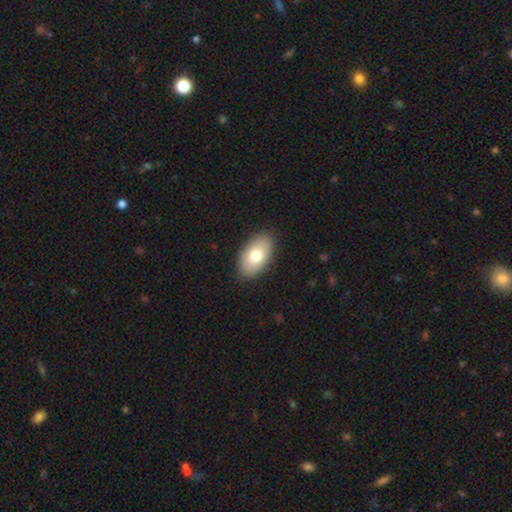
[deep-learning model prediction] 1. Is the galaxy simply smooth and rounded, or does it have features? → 75% smooth, 18% featured or disk, 7% star or artifact.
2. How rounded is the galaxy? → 93% in between, 5% round, 2% cigar-shaped.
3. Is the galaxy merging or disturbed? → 88% none, 9% minor disturbance, 2% major disturbance, 1% merger.